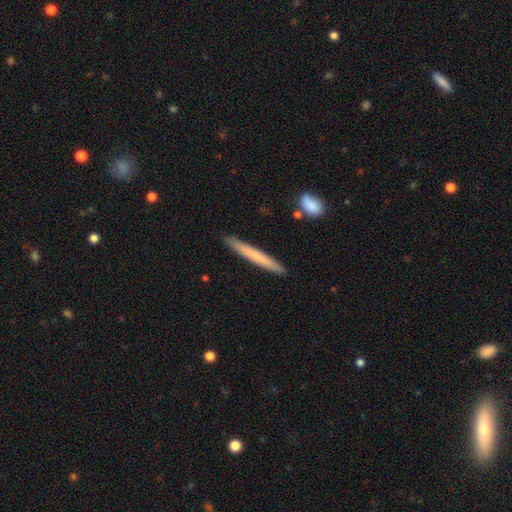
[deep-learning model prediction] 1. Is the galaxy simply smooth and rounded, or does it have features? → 65% smooth, 30% featured or disk, 5% star or artifact.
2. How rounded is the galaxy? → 97% cigar-shaped, 2% in between, 1% round.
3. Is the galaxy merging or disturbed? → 90% none, 7% minor disturbance, 2% merger, 1% major disturbance.